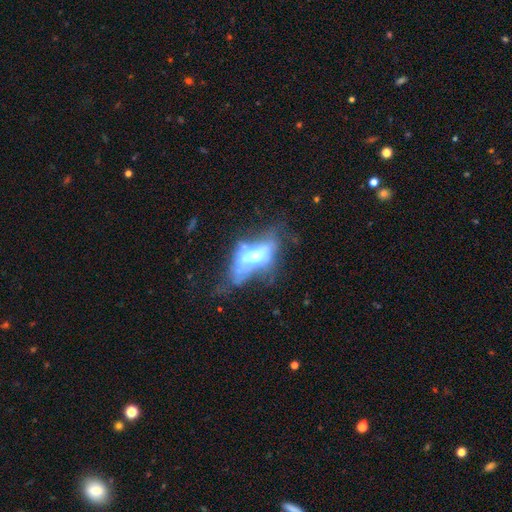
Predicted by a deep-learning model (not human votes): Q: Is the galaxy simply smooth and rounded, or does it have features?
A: featured or disk — 54%.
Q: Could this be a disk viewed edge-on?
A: no — 81%.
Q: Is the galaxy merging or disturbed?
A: major disturbance — 41%.